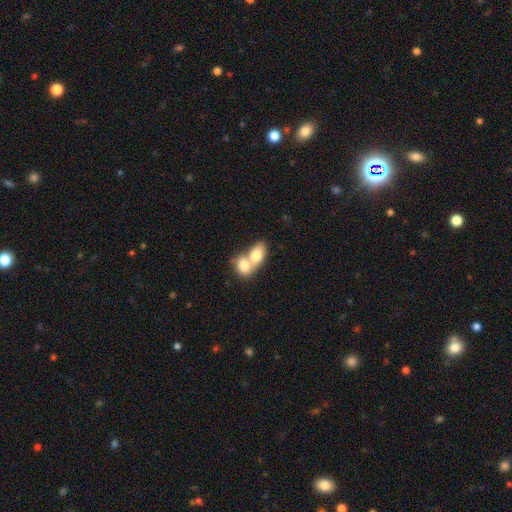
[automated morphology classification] Overall: smooth (75%). How rounded: in between (80%). Merging: merger (78%).